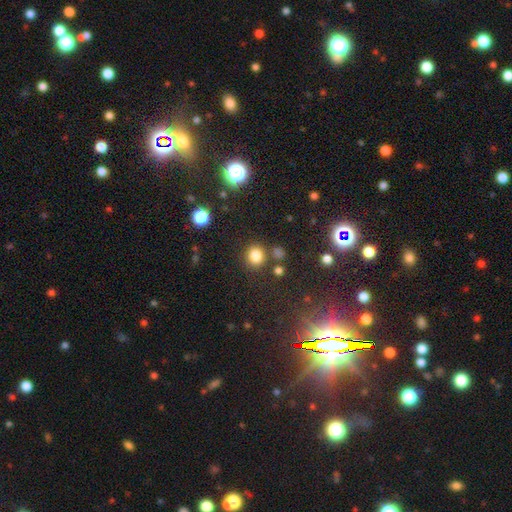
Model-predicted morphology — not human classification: A smooth galaxy with no disk features (82%) that is round (82%).

Vote fractions:
- Smooth or featured? smooth: 82% / star or artifact: 13% / featured or disk: 5%
- How rounded? round: 82% / in between: 17% / cigar-shaped: 1%
- Merging? none: 79% / minor disturbance: 10% / merger: 7% / major disturbance: 4%